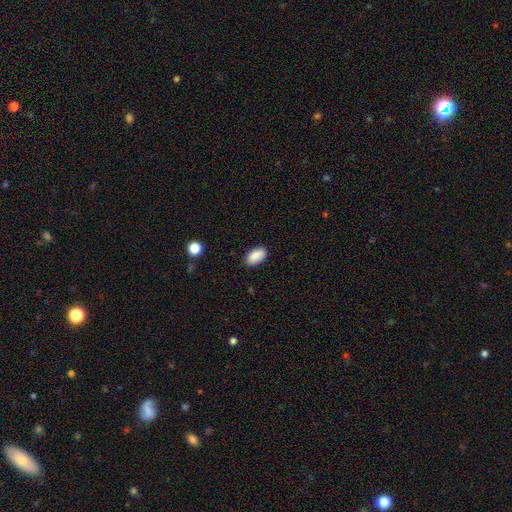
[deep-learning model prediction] smooth_or_featured: smooth (p=0.89) [alt: star or artifact p=0.07]
how_rounded: in between (p=0.94) [alt: round p=0.03]
merging: none (p=0.87) [alt: minor disturbance p=0.10]